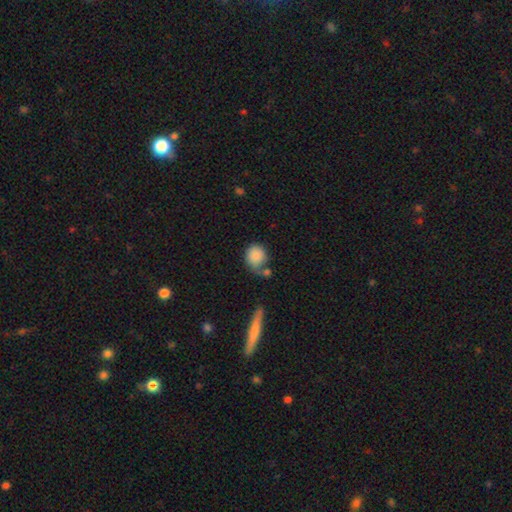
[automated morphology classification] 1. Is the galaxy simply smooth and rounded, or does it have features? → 85% smooth, 8% star or artifact, 7% featured or disk.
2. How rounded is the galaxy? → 75% round, 24% in between, 1% cigar-shaped.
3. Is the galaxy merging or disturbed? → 48% none, 21% merger, 20% minor disturbance, 11% major disturbance.